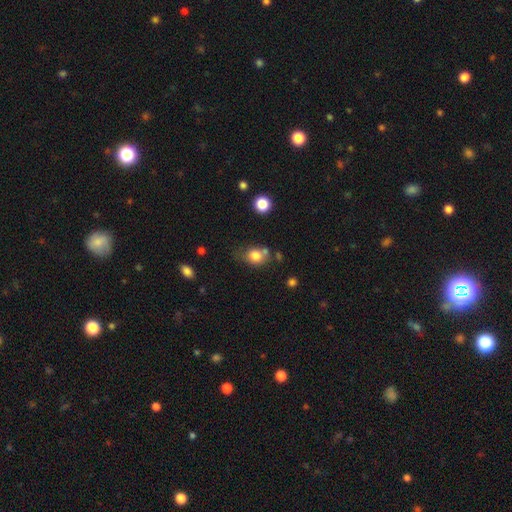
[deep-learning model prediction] The model was most divided on "how rounded": round: 53%, in between: 46%, cigar-shaped: 1%. More confident: smooth or featured — smooth (80%); merging — none (54%).